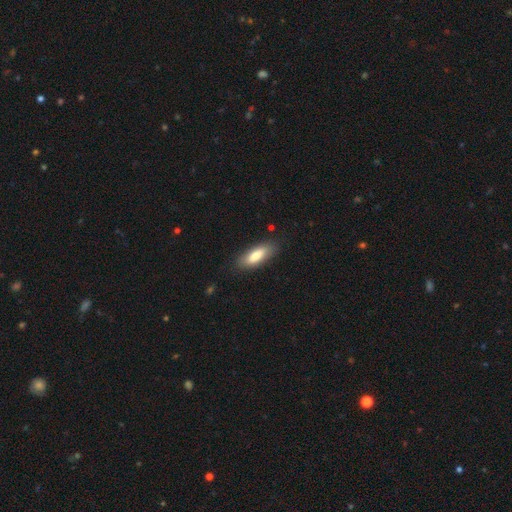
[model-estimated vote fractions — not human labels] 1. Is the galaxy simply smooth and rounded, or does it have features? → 77% smooth, 17% featured or disk, 6% star or artifact.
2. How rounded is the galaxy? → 65% in between, 33% cigar-shaped, 2% round.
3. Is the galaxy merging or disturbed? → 83% none, 13% minor disturbance, 3% major disturbance, 1% merger.